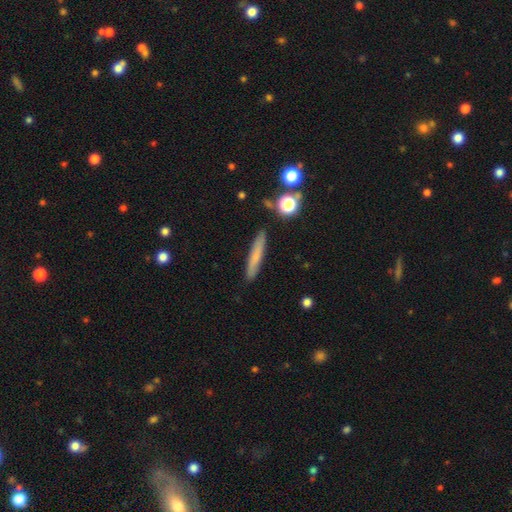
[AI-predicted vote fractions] This is likely a smooth galaxy (70%). How rounded: clearly cigar-shaped (92%). Merging: clearly none (88%).